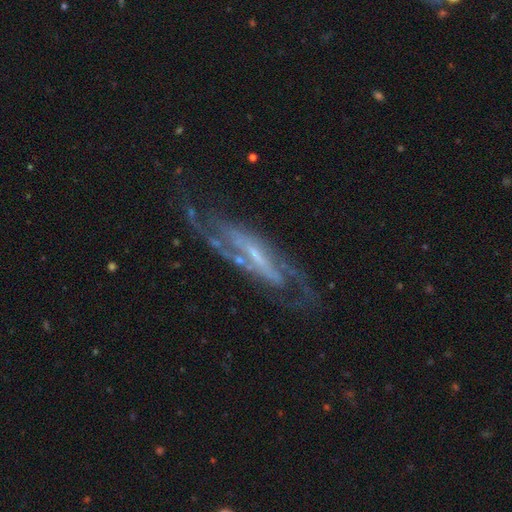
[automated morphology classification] This is clearly a featured or disk galaxy (87%). It is likely not viewed edge-on (78%). Bar: possibly strong (47%). Spiral arm pattern: clearly yes (93%). Spiral arm count: likely 2 (78%). Spiral winding: possibly medium (49%). Central bulge: likely small (60%). Merging: likely none (68%).